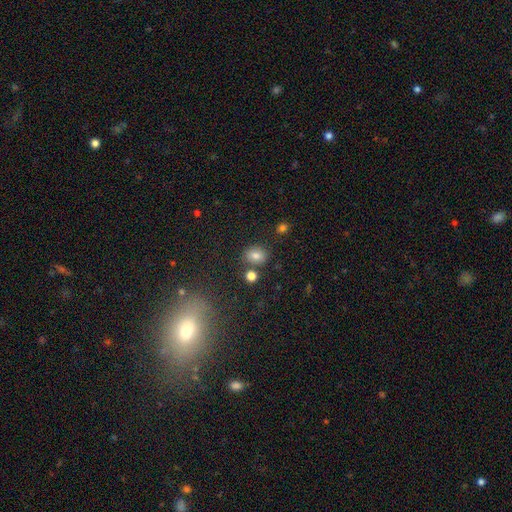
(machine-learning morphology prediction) Q: Smooth or featured?
A: smooth (78%); runner-up: star or artifact (13%)
Q: How rounded?
A: round (55%); runner-up: in between (44%)
Q: Merging?
A: none (77%); runner-up: minor disturbance (10%)